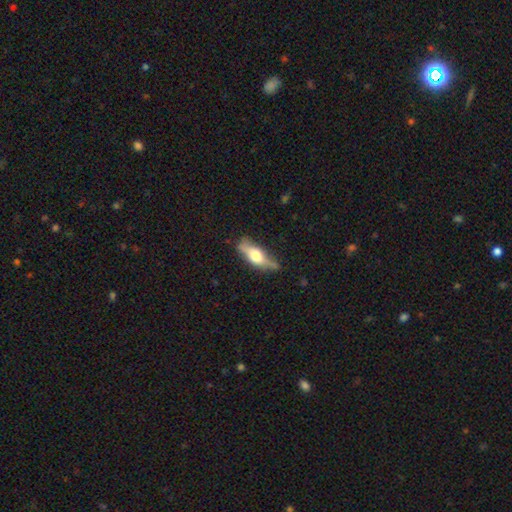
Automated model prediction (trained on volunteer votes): Overall: featured or disk (55%; smooth 38%). Edge-on disk: yes (88%). Merging: none (72%).